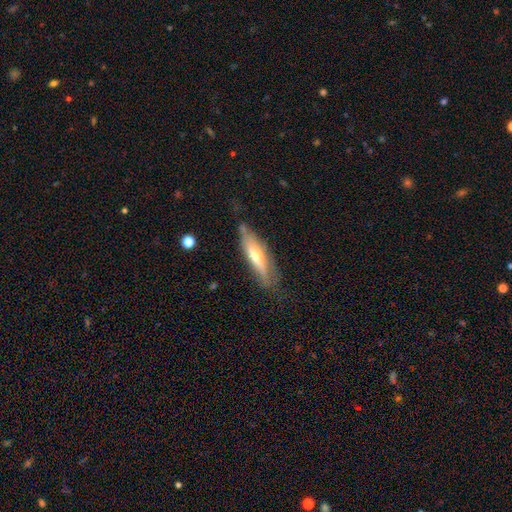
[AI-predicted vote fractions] Overall: featured or disk (49%; smooth 45%). Merging: none (65%; minor disturbance 25%).